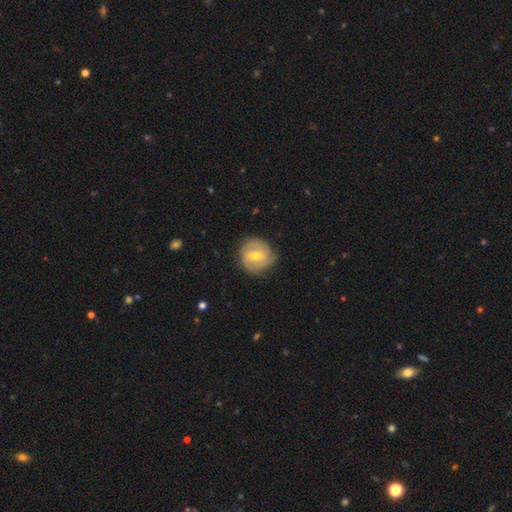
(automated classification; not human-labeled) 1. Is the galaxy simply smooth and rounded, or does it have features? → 73% featured or disk, 22% smooth, 5% star or artifact.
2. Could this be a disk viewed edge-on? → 97% no, 3% yes.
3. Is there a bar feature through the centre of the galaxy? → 56% weak, 23% strong, 20% no.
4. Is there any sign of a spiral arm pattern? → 91% yes, 9% no.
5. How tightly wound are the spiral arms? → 50% tight, 38% medium, 13% loose.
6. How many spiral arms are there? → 37% 2, 28% 3, 21% can't tell, 6% 4, 4% 1, 3% more than 4.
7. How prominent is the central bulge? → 55% moderate, 41% small, 2% large, 1% none, 1% dominant.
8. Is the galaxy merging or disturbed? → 77% none, 17% minor disturbance, 5% major disturbance, 1% merger.